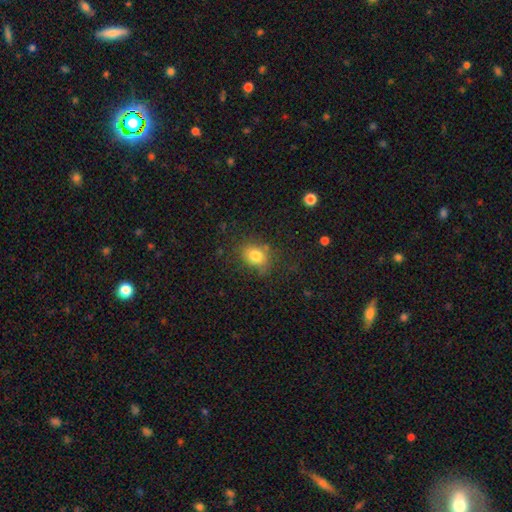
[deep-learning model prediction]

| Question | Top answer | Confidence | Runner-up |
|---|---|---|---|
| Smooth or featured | smooth | 79% | star or artifact (11%) |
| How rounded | in between | 54% | round (45%) |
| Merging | none | 72% | minor disturbance (19%) |